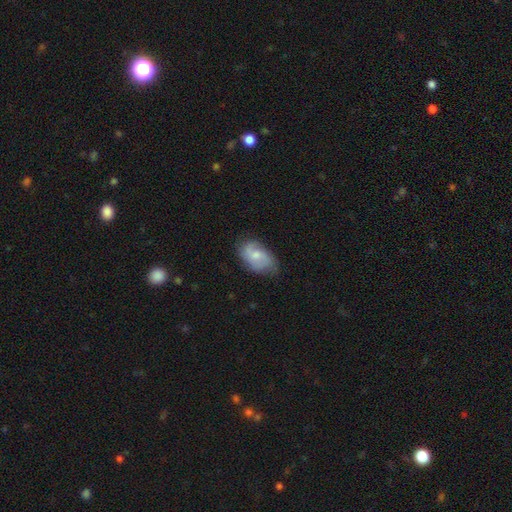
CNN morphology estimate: smooth_or_featured: smooth (p=0.49) [alt: featured or disk p=0.44]
merging: none (p=0.63) [alt: minor disturbance p=0.27]